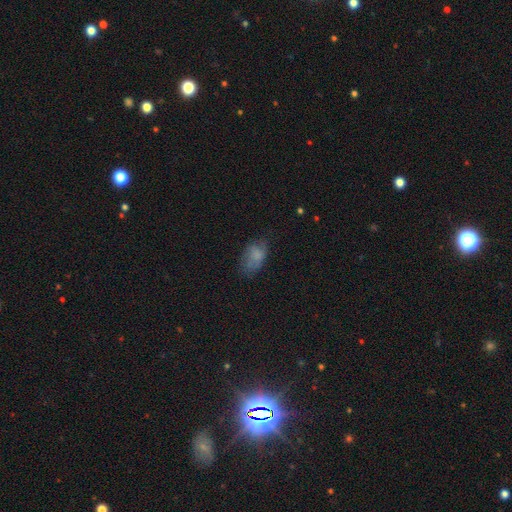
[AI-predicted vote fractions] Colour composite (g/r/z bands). It shows a smooth galaxy with no disk features (73%) that is in between round and cigar-shaped (91%). Merging: none (55%).